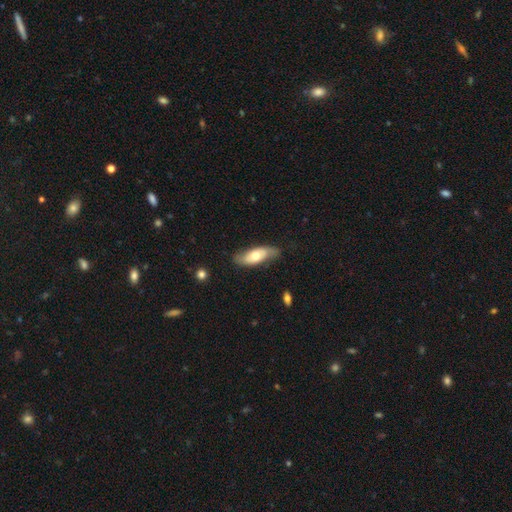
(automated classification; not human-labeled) This is possibly a smooth galaxy (52%). How rounded: likely in between (78%). Merging: likely none (70%).